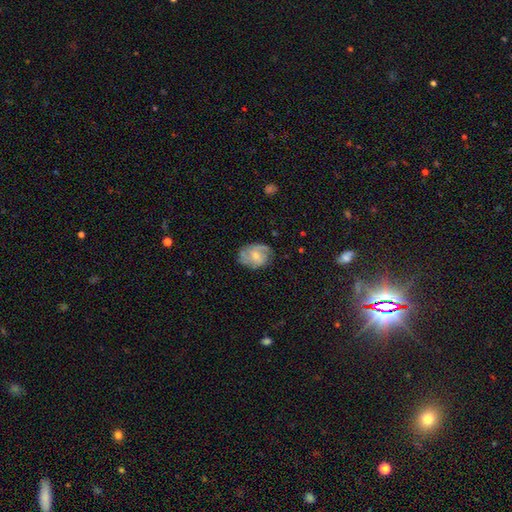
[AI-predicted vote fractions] Smooth or featured? featured or disk (55%)
Edge-on disk? no (97%)
Bar? no (62%)
Spiral arms? yes (79%)
Bulge size? small (56%)
Merging? none (66%)